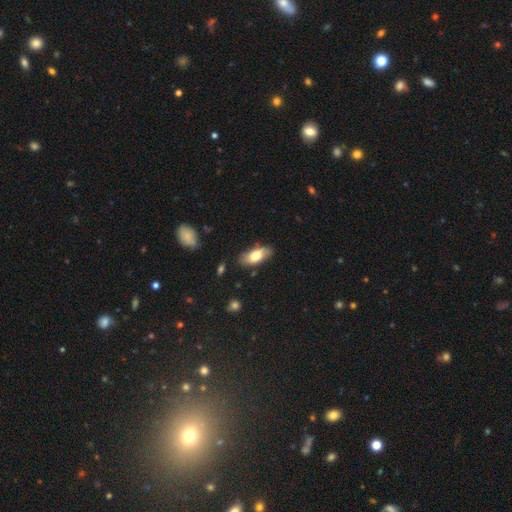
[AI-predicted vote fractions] smooth-or-featured: smooth: 73% | featured or disk: 21% | star or artifact: 6%
  how-rounded: in between: 85% | cigar-shaped: 12% | round: 3%
  merging: none: 80% | minor disturbance: 16% | major disturbance: 3% | merger: 2%